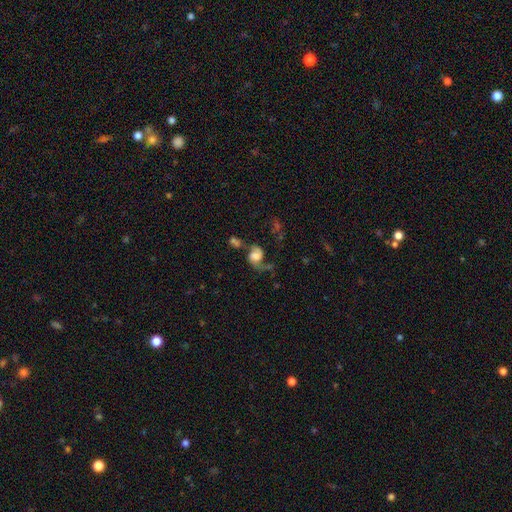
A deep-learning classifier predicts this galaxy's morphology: A featured or disk galaxy (59%) with no bar (65%), spiral arms (87%) and a large central bulge (42%). Merging: none (37%).